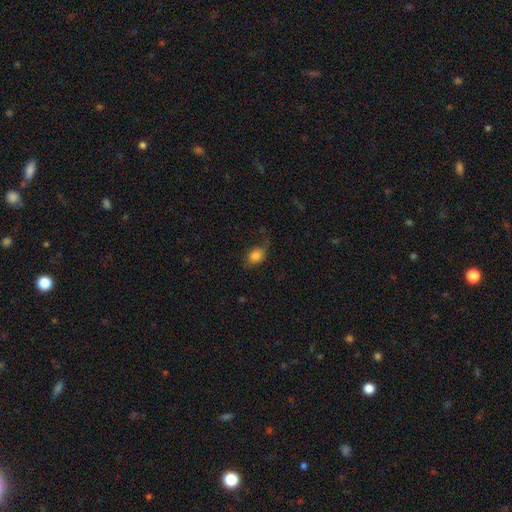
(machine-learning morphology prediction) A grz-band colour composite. It shows a smooth galaxy with no disk features (75%) that is in between round and cigar-shaped (63%). Merging: none (47%).